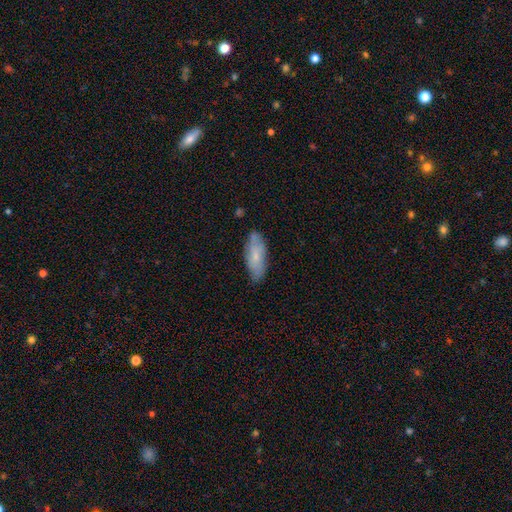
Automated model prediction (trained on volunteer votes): A smooth galaxy with no disk features (62%) that is in between round and cigar-shaped (73%).

Vote fractions:
- Smooth or featured? smooth: 62% / featured or disk: 31% / star or artifact: 7%
- How rounded? in between: 73% / cigar-shaped: 25% / round: 2%
- Merging? none: 72% / minor disturbance: 22% / major disturbance: 4% / merger: 2%